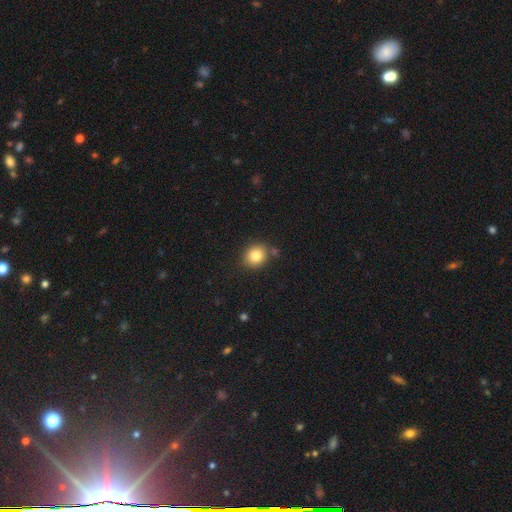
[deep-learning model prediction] This appears to be a smooth galaxy with no disk features (84%) that is round (70%). Merging: none (79%).